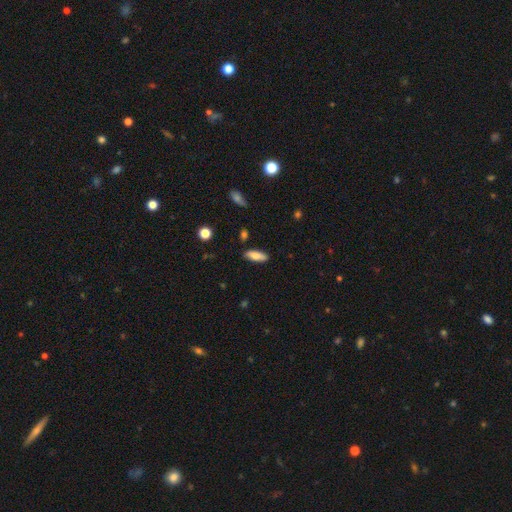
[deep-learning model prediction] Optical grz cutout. It shows a smooth galaxy with no disk features (79%) that is in between round and cigar-shaped (62%). Merging: none (86%).